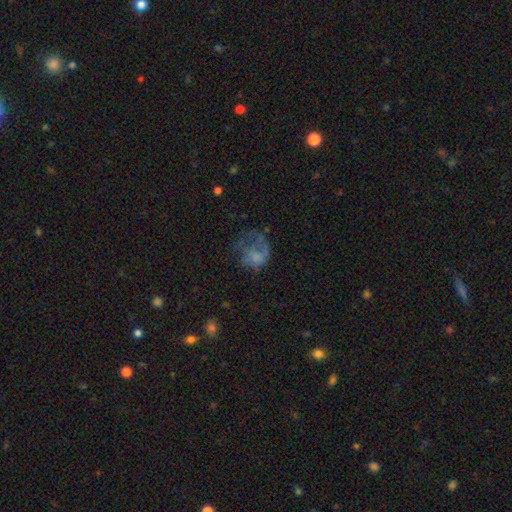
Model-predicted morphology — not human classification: Smooth or featured: smooth — 46% (featured or disk — 41%)
Merging: major disturbance — 49% (none — 28%)